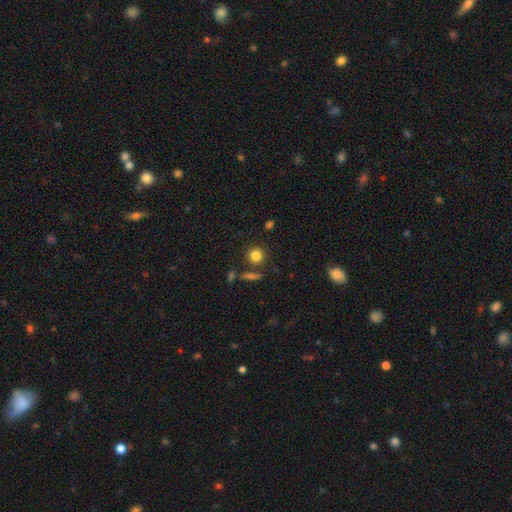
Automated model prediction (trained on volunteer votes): smooth 82%, star or artifact 11%, featured or disk 7%. Down the decision tree: how rounded — round (89%); merging — none (80%).